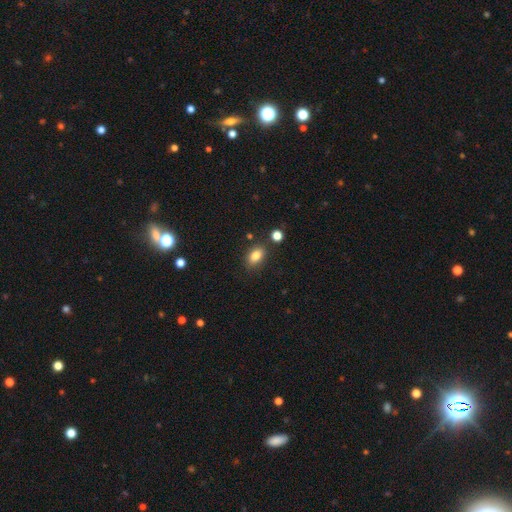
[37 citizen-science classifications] Overall: smooth (95%). How rounded: in between (86%). Merging: none (83%).